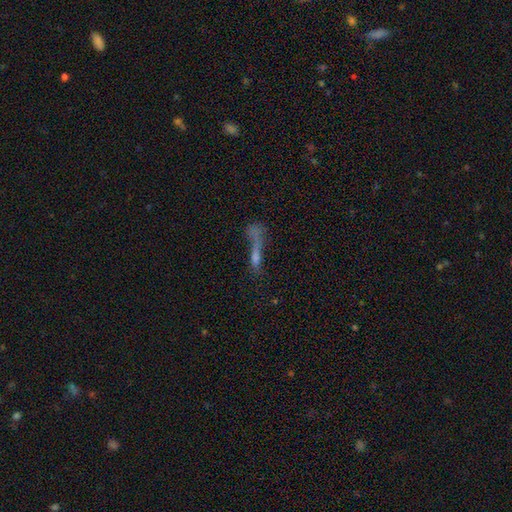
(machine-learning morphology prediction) Q: Smooth or featured?
A: smooth (45%); runner-up: featured or disk (36%)
Q: Merging?
A: none (35%); runner-up: merger (26%)